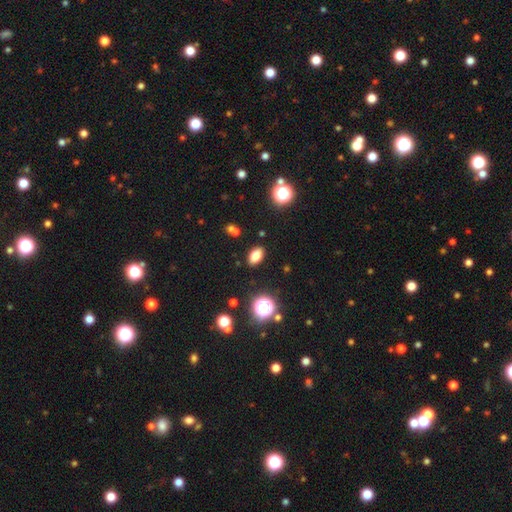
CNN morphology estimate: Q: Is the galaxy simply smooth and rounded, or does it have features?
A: smooth — 79%.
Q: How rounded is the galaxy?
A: in between — 87%.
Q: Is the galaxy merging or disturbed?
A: none — 87%.